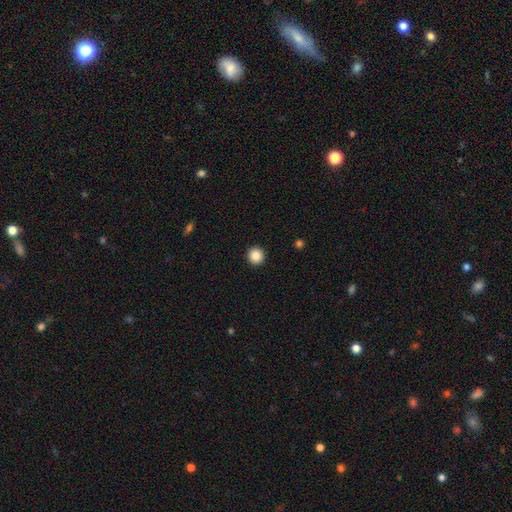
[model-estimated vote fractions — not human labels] Smooth or featured?
  - smooth: 87% *
  - star or artifact: 10%
  - featured or disk: 3%
How rounded?
  - round: 94% *
  - in between: 5%
  - cigar-shaped: 1%
Merging?
  - none: 93% *
  - minor disturbance: 4%
  - major disturbance: 2%
  - merger: 1%